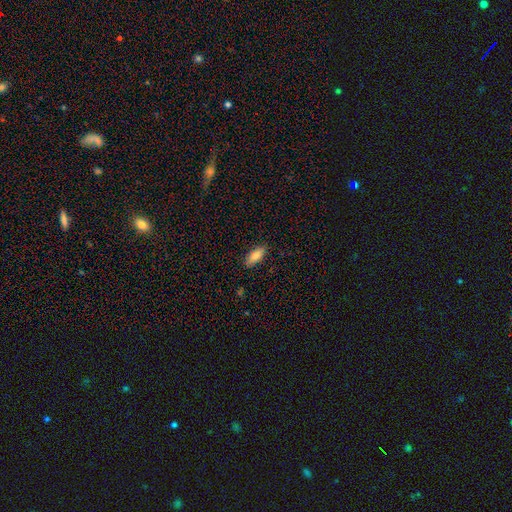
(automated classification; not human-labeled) smooth 84%, featured or disk 10%, star or artifact 7%. Down the decision tree: how rounded — in between (82%); merging — none (86%).